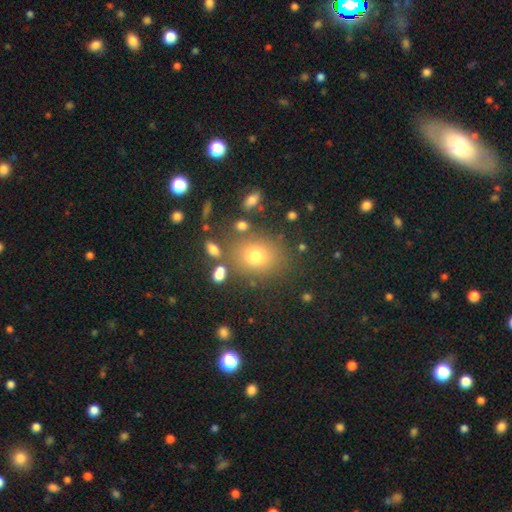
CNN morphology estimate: A smooth galaxy with no disk features (71%) that is round (59%). Merging: none (78%).